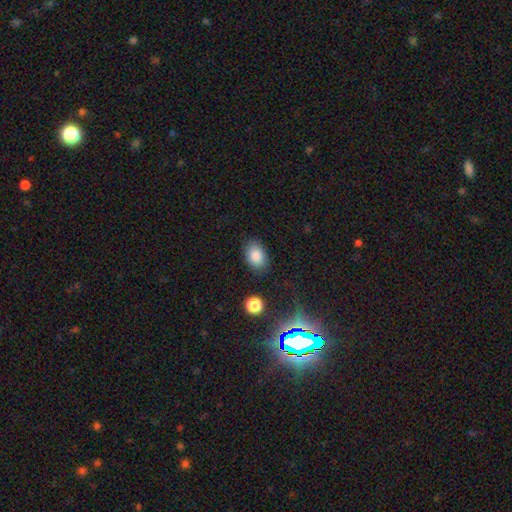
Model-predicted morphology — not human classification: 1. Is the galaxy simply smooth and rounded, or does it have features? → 84% smooth, 9% star or artifact, 6% featured or disk.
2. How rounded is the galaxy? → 83% in between, 16% round, 1% cigar-shaped.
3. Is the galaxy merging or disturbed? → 83% none, 12% minor disturbance, 3% major disturbance, 2% merger.